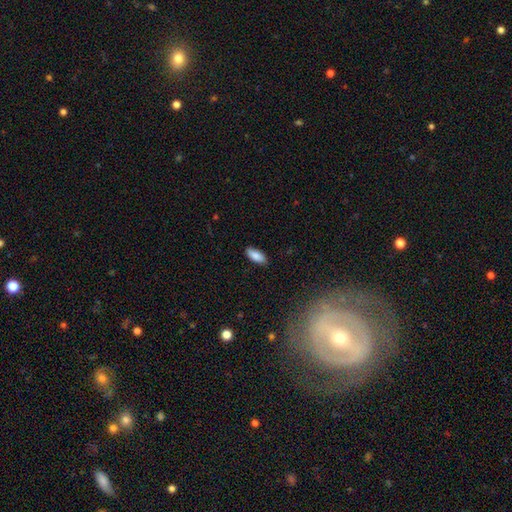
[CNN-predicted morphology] smooth_or_featured: smooth (p=0.87) [alt: featured or disk p=0.07]
how_rounded: in between (p=0.83) [alt: cigar-shaped p=0.15]
merging: none (p=0.88) [alt: minor disturbance p=0.09]